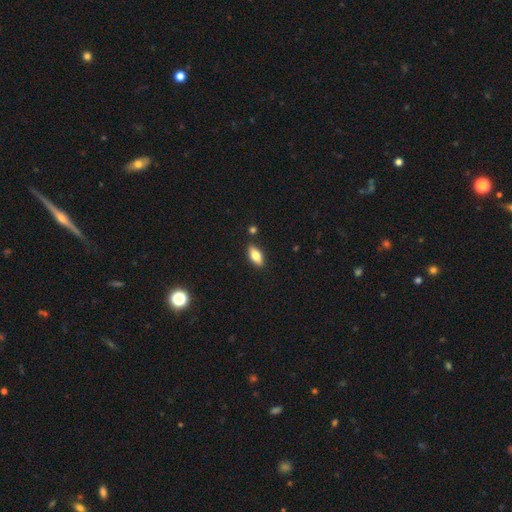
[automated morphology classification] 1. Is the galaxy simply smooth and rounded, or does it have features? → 74% smooth, 19% featured or disk, 7% star or artifact.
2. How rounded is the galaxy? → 85% in between, 13% cigar-shaped, 3% round.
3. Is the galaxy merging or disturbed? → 87% none, 9% minor disturbance, 3% merger, 2% major disturbance.